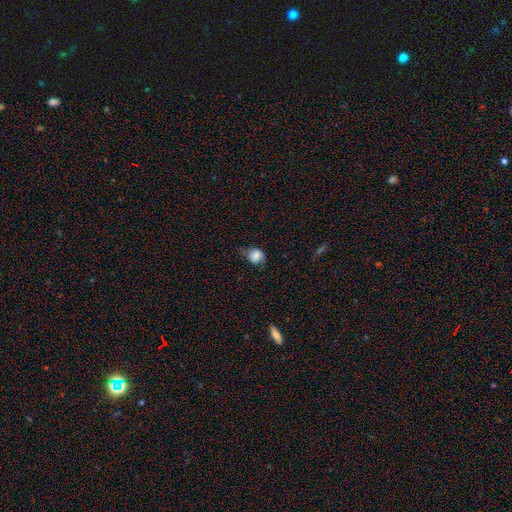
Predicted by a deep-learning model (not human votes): Q: Smooth or featured?
A: smooth (78%); runner-up: featured or disk (13%)
Q: How rounded?
A: round (66%); runner-up: in between (33%)
Q: Merging?
A: none (52%); runner-up: minor disturbance (33%)